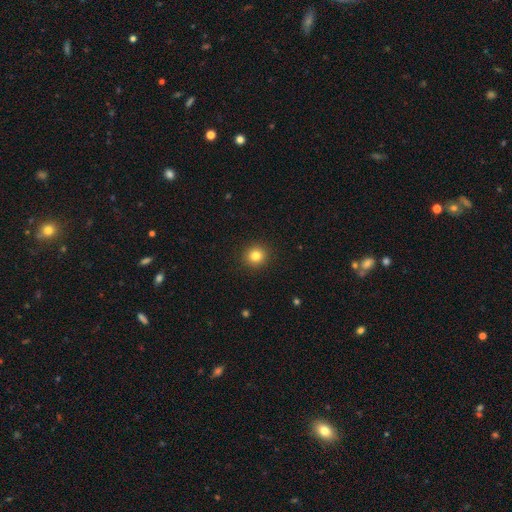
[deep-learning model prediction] smooth_or_featured: smooth (p=0.83) [alt: star or artifact p=0.12]
how_rounded: round (p=0.93) [alt: in between p=0.06]
merging: none (p=0.93) [alt: minor disturbance p=0.05]